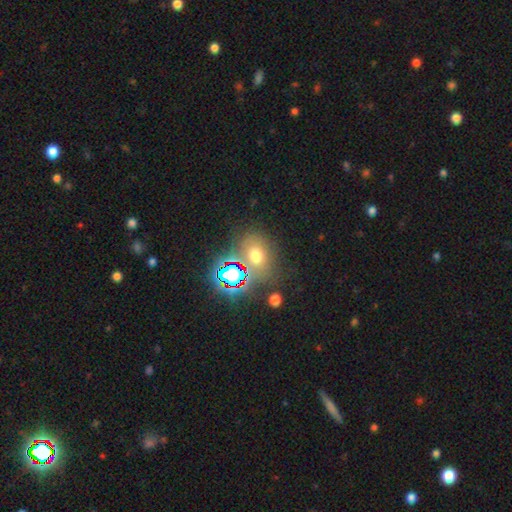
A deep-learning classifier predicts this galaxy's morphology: type=smooth (57%); roundness=in between (51%); merging=none (69%).